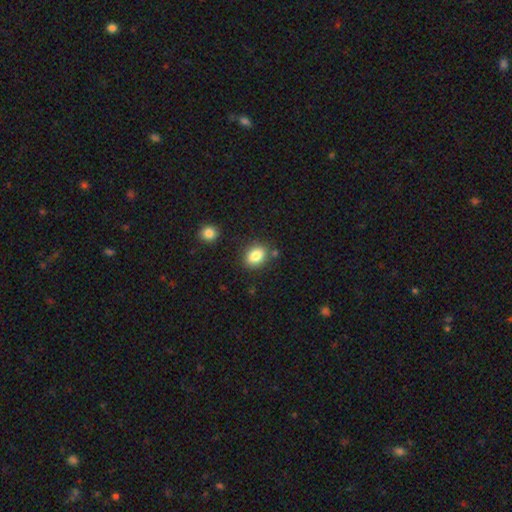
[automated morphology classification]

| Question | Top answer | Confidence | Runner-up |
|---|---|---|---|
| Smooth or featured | smooth | 85% | star or artifact (9%) |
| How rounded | in between | 71% | round (28%) |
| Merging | none | 80% | minor disturbance (11%) |